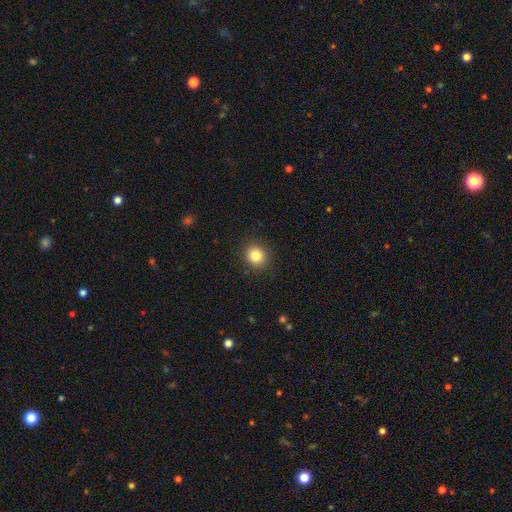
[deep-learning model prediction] smooth_or_featured: smooth (p=0.84) [alt: star or artifact p=0.11]
how_rounded: round (p=0.85) [alt: in between p=0.14]
merging: none (p=0.90) [alt: minor disturbance p=0.06]